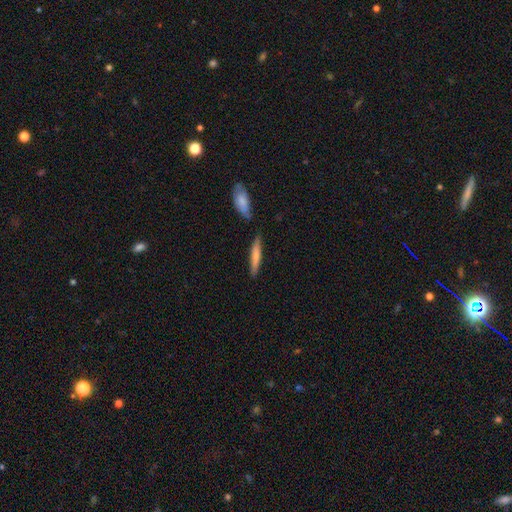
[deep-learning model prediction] Smooth or featured? Predicted: smooth (p=0.69). How rounded? Predicted: cigar-shaped (p=0.89). Merging? Predicted: none (p=0.78).